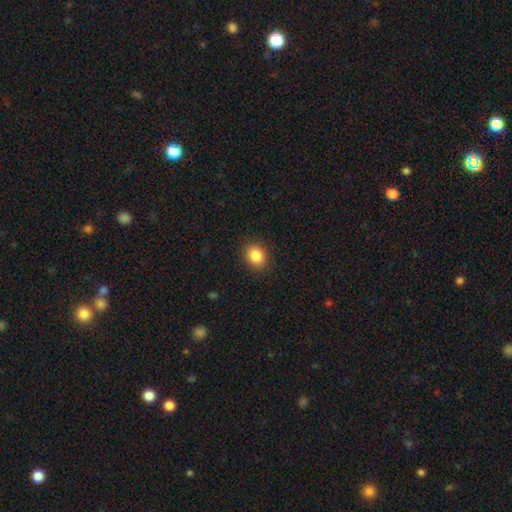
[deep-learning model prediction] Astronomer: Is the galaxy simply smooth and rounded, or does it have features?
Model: smooth — 86%.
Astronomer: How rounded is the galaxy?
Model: round — 55% (runner-up: in between, 44%).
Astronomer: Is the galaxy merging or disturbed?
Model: none — 89%.